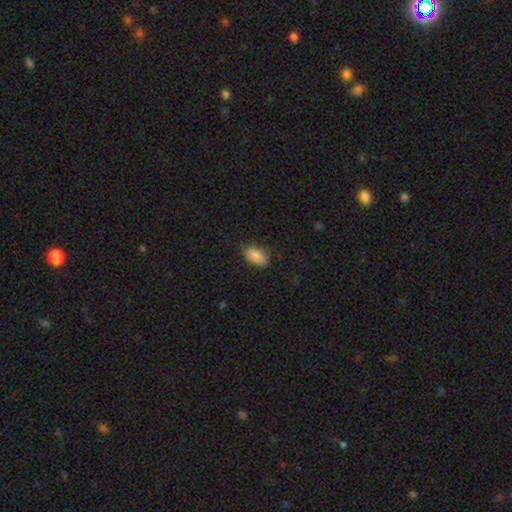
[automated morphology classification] smooth_or_featured: smooth (p=0.88) [alt: star or artifact p=0.07]
how_rounded: in between (p=0.93) [alt: round p=0.04]
merging: none (p=0.79) [alt: minor disturbance p=0.17]